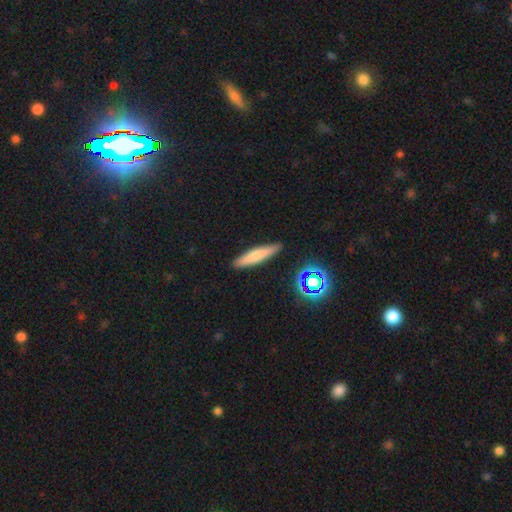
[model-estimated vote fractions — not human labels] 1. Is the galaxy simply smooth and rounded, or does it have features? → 71% smooth, 20% featured or disk, 9% star or artifact.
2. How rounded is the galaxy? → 86% cigar-shaped, 13% in between, 2% round.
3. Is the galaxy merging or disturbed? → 89% none, 8% minor disturbance, 2% major disturbance, 2% merger.